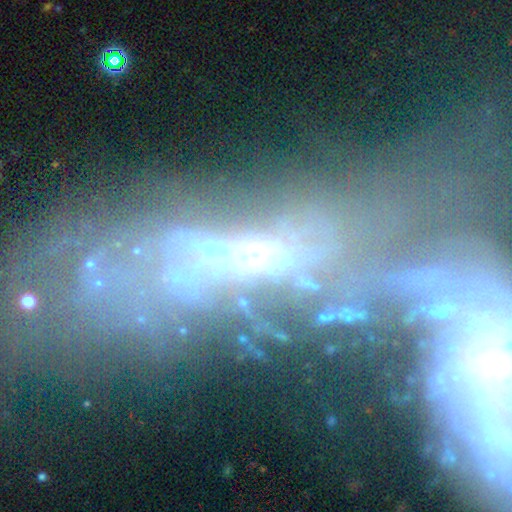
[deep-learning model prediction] The model was most divided on "merging": major disturbance: 38%, none: 29%, merger: 17%, minor disturbance: 15%. More confident: edge-on disk — no (71%); smooth or featured — featured or disk (64%).